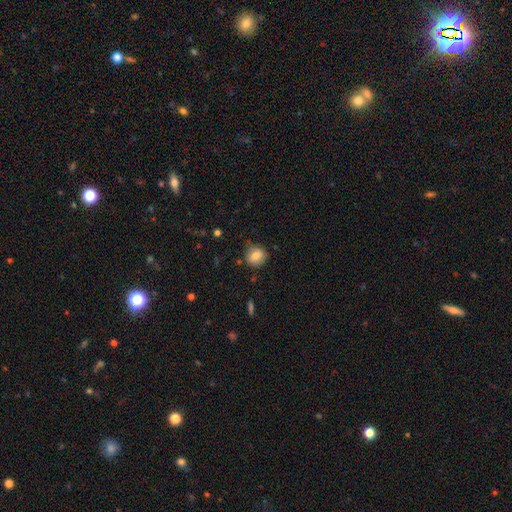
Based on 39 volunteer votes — This is clearly a smooth galaxy (85%). How rounded: clearly round (82%). Merging: clearly none (95%).